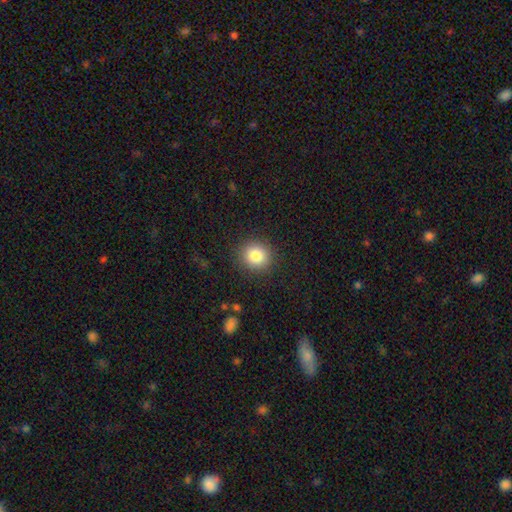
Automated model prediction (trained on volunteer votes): Smooth or featured? smooth (84%)
How rounded? round (85%)
Merging? none (89%)